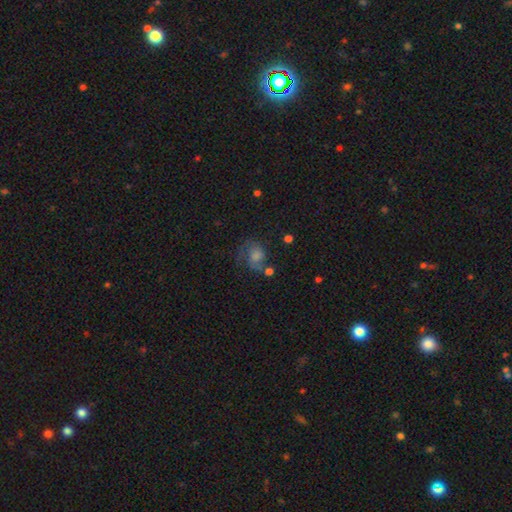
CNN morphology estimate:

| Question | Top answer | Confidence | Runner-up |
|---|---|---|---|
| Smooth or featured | featured or disk | 44% | smooth (37%) |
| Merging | none | 46% | major disturbance (24%) |